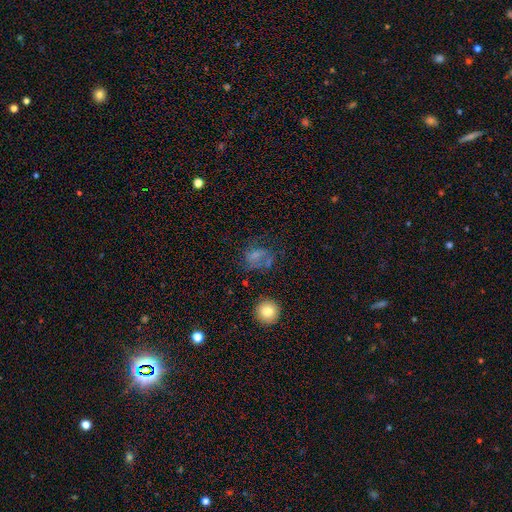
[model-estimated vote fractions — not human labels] Smooth or featured? smooth (55%)
How rounded? round (51%)
Merging? none (43%)